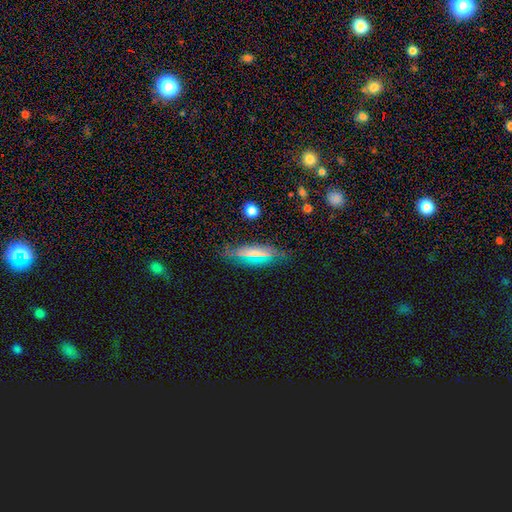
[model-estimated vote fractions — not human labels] Q: Smooth or featured?
A: smooth (42%); tied with: featured or disk (42%)
Q: Merging?
A: none (79%); runner-up: minor disturbance (15%)